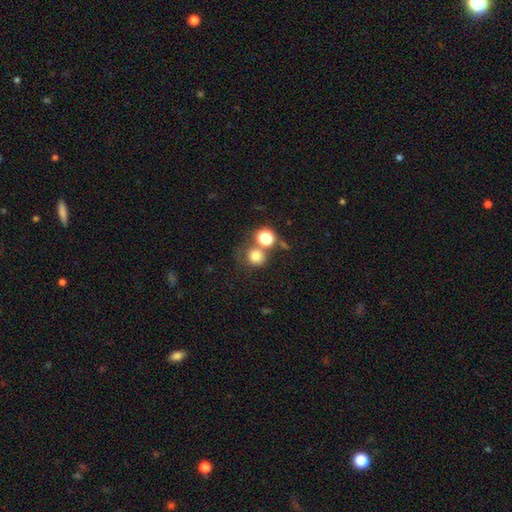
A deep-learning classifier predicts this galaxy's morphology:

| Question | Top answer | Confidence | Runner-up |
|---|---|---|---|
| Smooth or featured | smooth | 76% | star or artifact (15%) |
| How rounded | round | 86% | in between (13%) |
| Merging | none | 54% | merger (28%) |